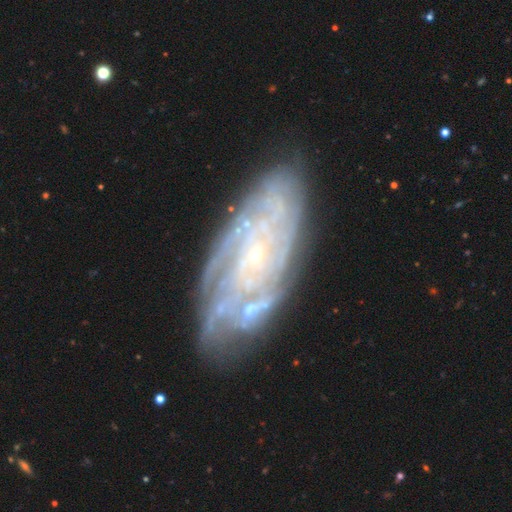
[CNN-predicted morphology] A featured or disk galaxy (86%) with no bar (70%), tight (75%) spiral arms (96%) and a small central bulge (83%). Merging: none (75%).